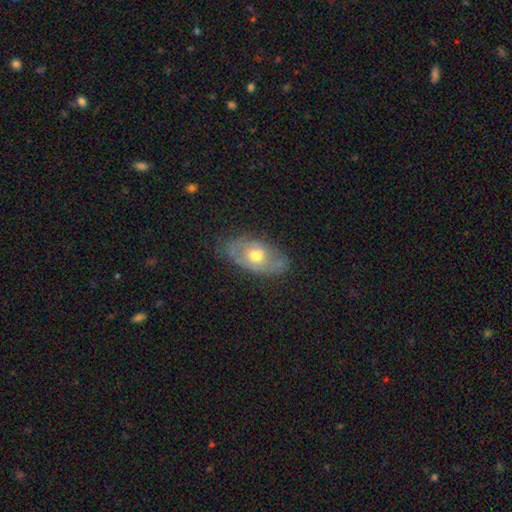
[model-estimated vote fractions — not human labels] Smooth or featured? smooth (48%)
Merging? none (66%)